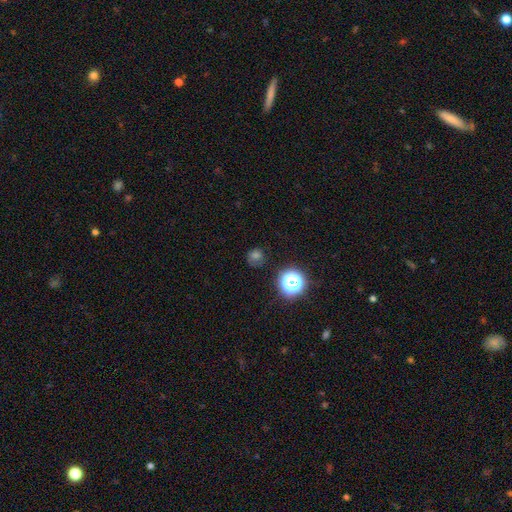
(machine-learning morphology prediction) Overall: smooth (58%; star or artifact 34%). How rounded: round (85%). Merging: none (81%).